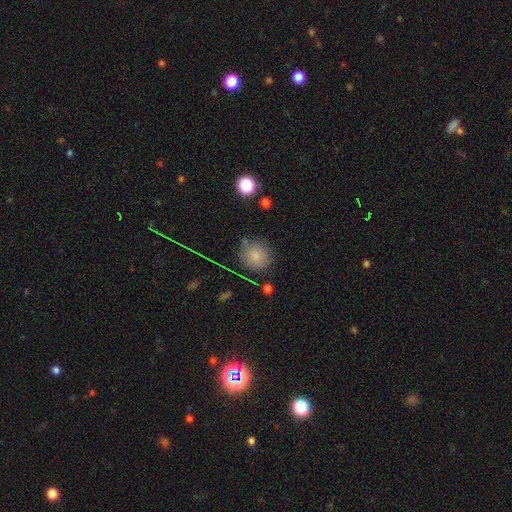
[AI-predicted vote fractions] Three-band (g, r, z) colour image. It shows a smooth galaxy with no disk features (81%) that is round (92%). Merging: none (80%).